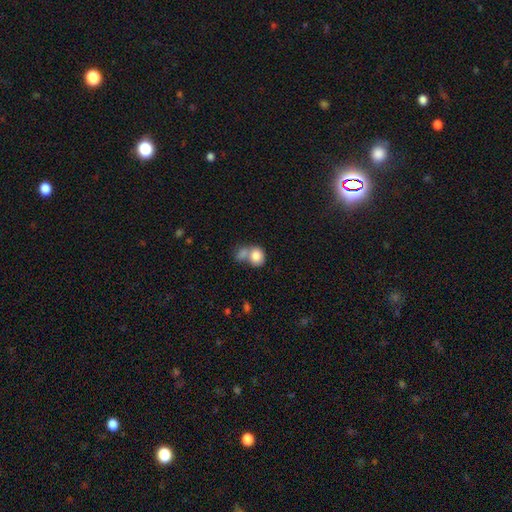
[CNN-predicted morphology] Overall: smooth (82%). How rounded: round (53%; in between 46%). Merging: merger (56%; none 28%).